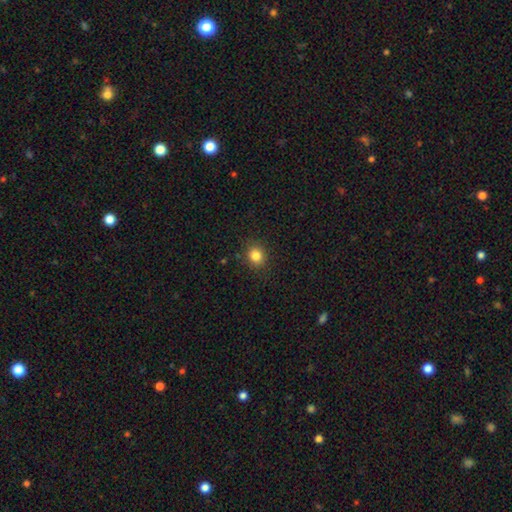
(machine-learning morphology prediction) Q: Smooth or featured?
A: smooth (83%); runner-up: star or artifact (12%)
Q: How rounded?
A: round (76%); runner-up: in between (23%)
Q: Merging?
A: none (89%); runner-up: minor disturbance (8%)